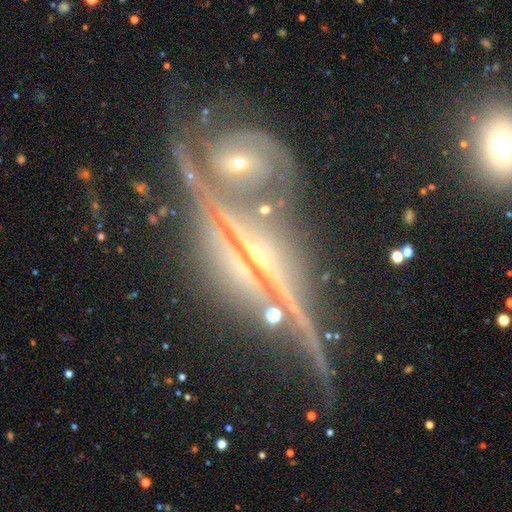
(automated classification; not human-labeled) Morphology: type=featured or disk (78%); edge-on=yes (82%); edge-on bulge=rounded (56%); merging=none (51%).